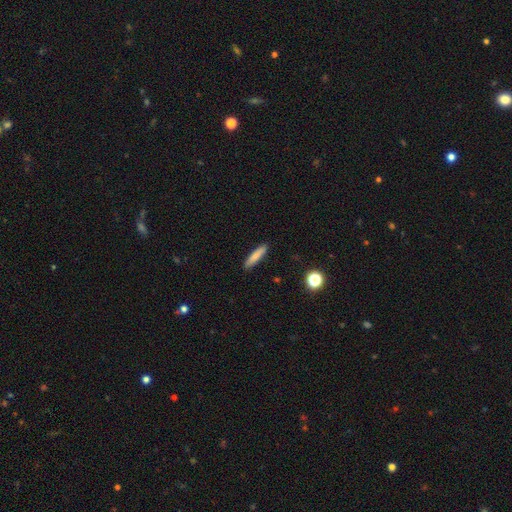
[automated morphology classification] The model was most divided on "smooth or featured": smooth: 81%, featured or disk: 12%, star or artifact: 7%. More confident: merging — none (90%); how rounded — cigar-shaped (85%).